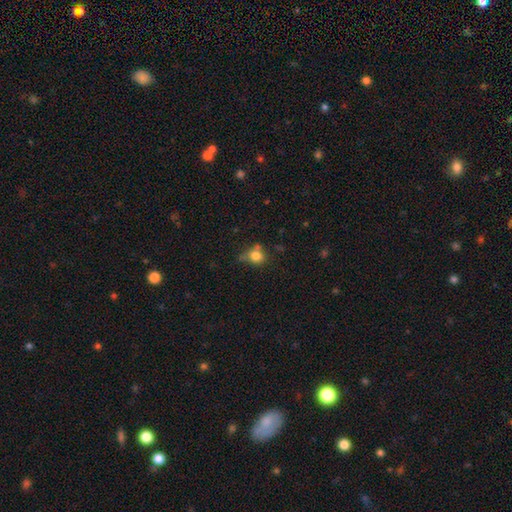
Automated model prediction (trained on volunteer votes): Smooth or featured: smooth — 80% (star or artifact — 12%)
How rounded: round — 67% (in between — 32%)
Merging: none — 51% (minor disturbance — 27%)